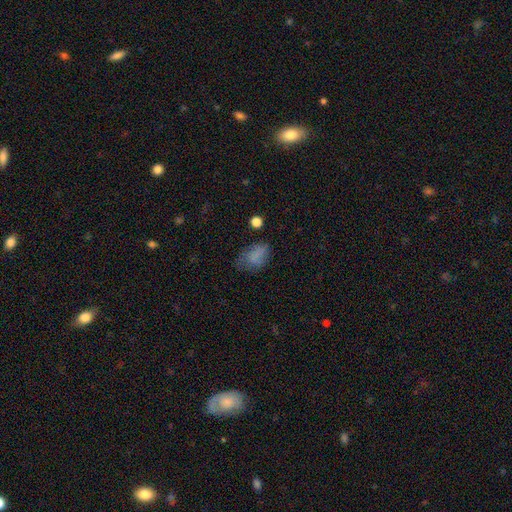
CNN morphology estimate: Q: Smooth or featured?
A: smooth (71%); runner-up: featured or disk (16%)
Q: How rounded?
A: in between (82%); runner-up: round (16%)
Q: Merging?
A: none (48%); runner-up: minor disturbance (29%)